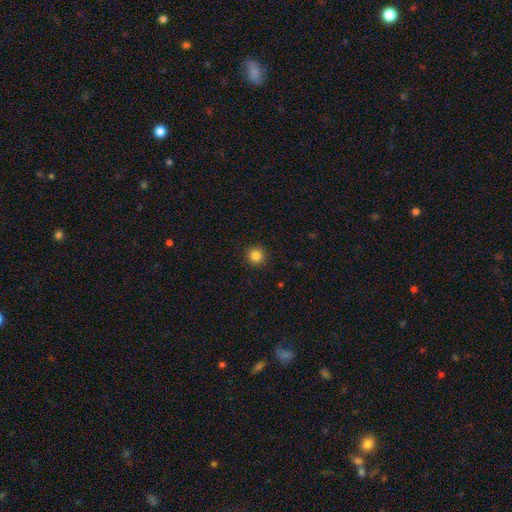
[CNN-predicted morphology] Q: Smooth or featured?
A: smooth (85%); runner-up: star or artifact (11%)
Q: How rounded?
A: round (94%); runner-up: in between (5%)
Q: Merging?
A: none (92%); runner-up: minor disturbance (6%)